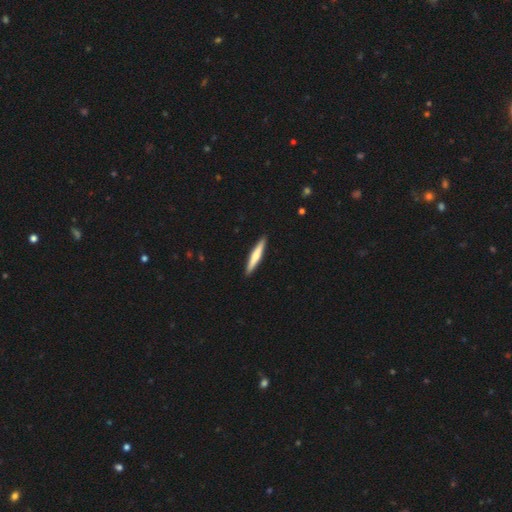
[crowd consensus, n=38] This appears to be a smooth galaxy with no disk features (58%) that is cigar-shaped (95%). Merging: none (95%).